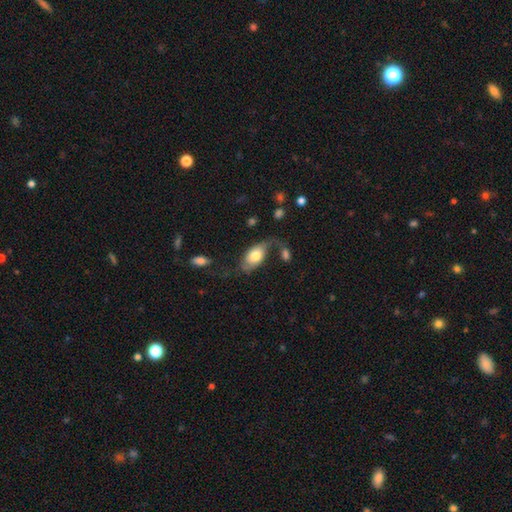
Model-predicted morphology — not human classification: This is likely a smooth galaxy (63%). How rounded: clearly in between (92%). Merging: marginally none (39%).